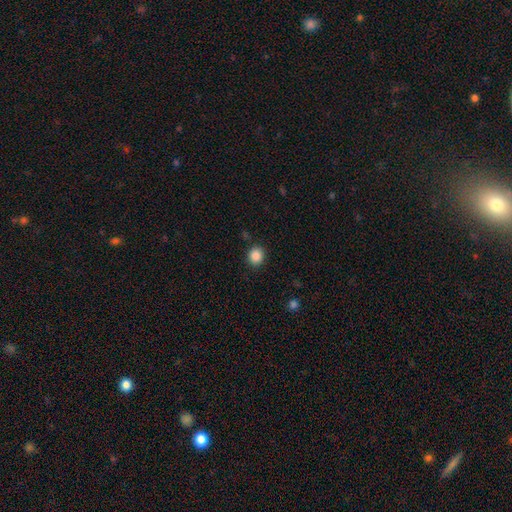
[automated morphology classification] Q: Smooth or featured?
A: smooth (87%); runner-up: star or artifact (10%)
Q: How rounded?
A: round (75%); runner-up: in between (24%)
Q: Merging?
A: none (89%); runner-up: minor disturbance (7%)